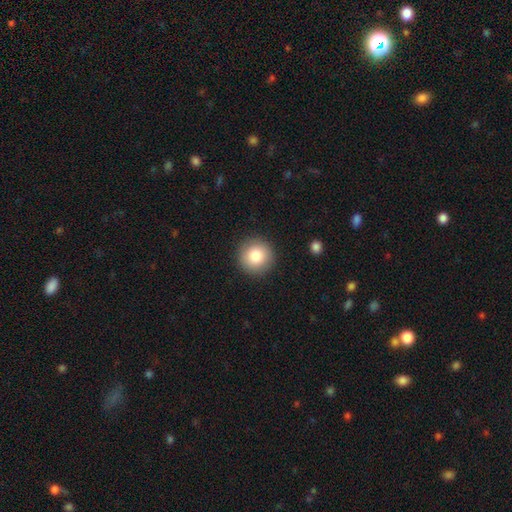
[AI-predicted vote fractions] smooth_or_featured: smooth (p=0.82) [alt: star or artifact p=0.09]
how_rounded: round (p=0.95) [alt: in between p=0.04]
merging: none (p=0.91) [alt: minor disturbance p=0.06]